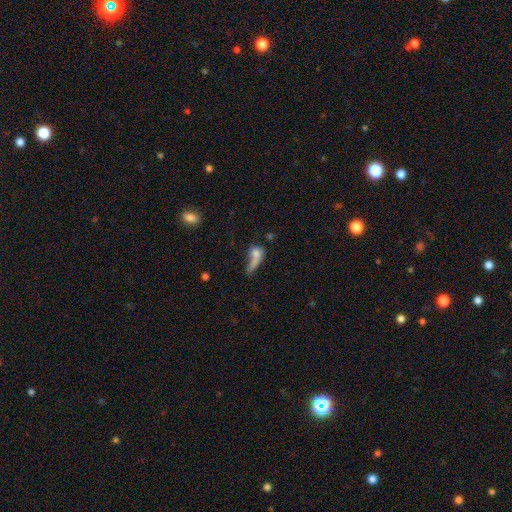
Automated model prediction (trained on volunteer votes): smooth_or_featured: smooth (p=0.64) [alt: featured or disk p=0.25]
how_rounded: in between (p=0.51) [alt: round p=0.25]
merging: major disturbance (p=0.37) [alt: merger p=0.25]